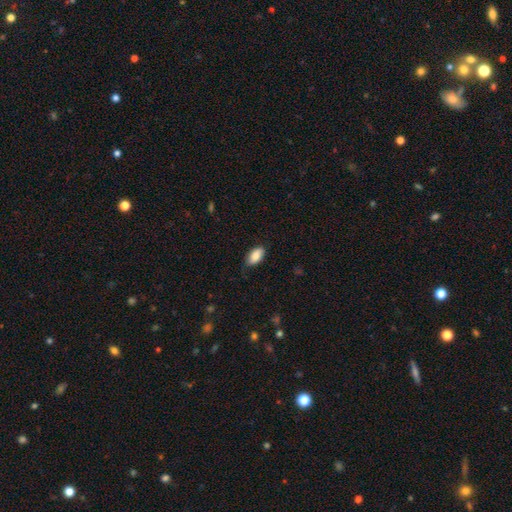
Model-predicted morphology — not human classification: Smooth or featured? smooth (84%)
How rounded? in between (93%)
Merging? none (78%)